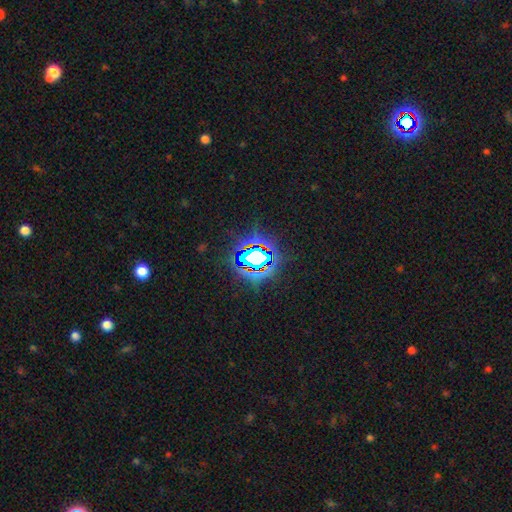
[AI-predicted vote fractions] Morphology: type=star or artifact (83%).